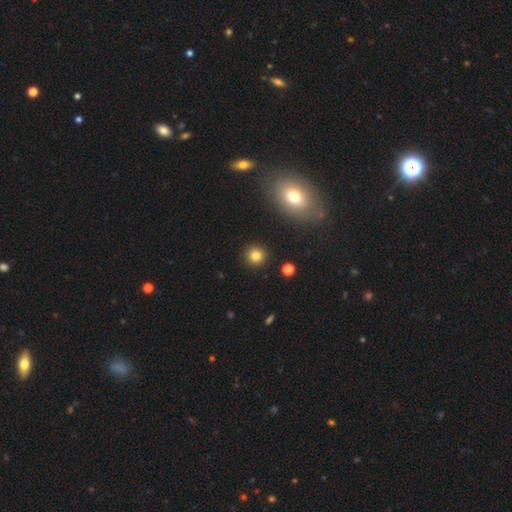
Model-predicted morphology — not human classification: This appears to be a smooth galaxy with no disk features (82%) that is round (92%). Merging: none (91%).